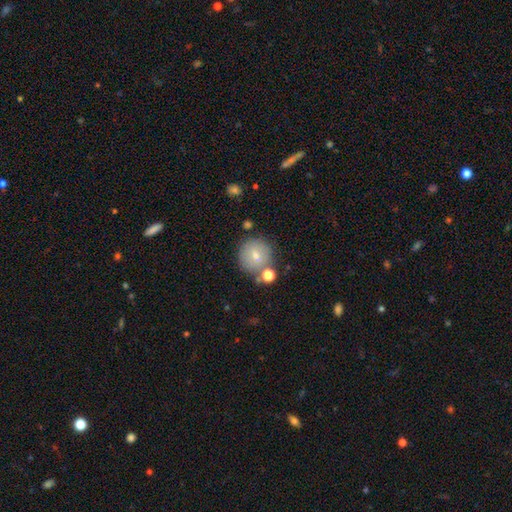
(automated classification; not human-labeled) This appears to be a smooth galaxy with no disk features (72%) that is round (91%). Merging: none (69%).